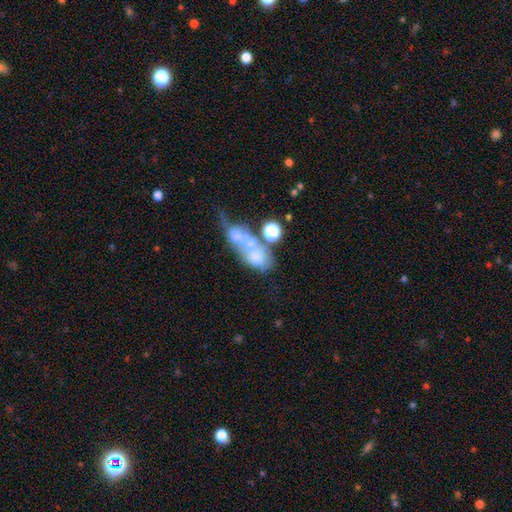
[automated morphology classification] Smooth or featured? Predicted: featured or disk (p=0.45). Merging? Predicted: merger (p=0.57).